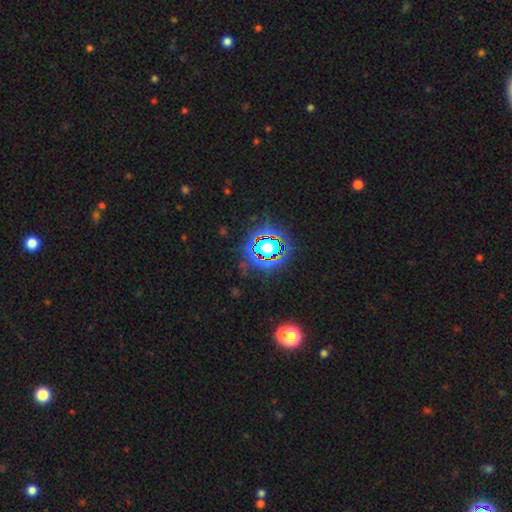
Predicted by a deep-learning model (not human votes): Smooth or featured?
  - star or artifact: 80% *
  - smooth: 12%
  - featured or disk: 8%